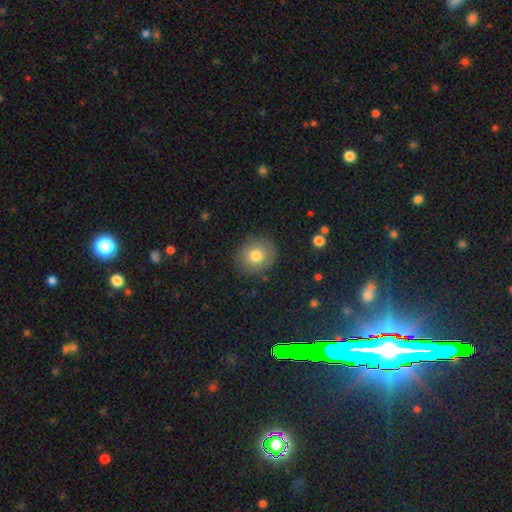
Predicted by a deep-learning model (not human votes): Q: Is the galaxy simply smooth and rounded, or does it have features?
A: smooth — 78%.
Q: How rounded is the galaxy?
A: round — 85%.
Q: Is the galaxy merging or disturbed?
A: none — 86%.